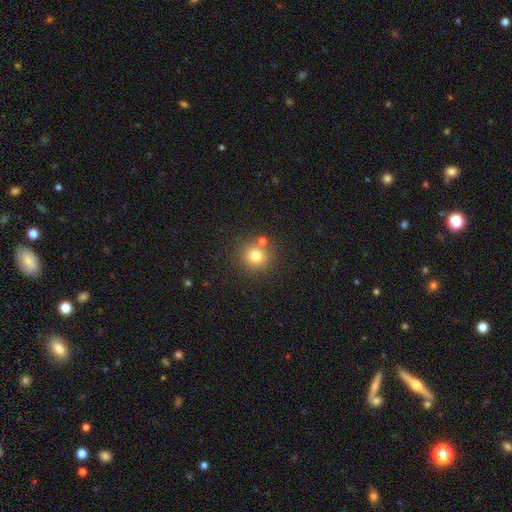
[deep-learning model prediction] This is likely a smooth galaxy (77%). How rounded: clearly round (92%). Merging: likely none (77%).